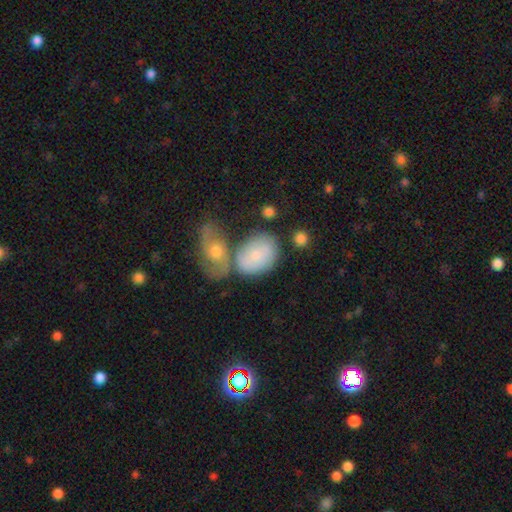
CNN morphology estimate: This appears to be a smooth galaxy with no disk features (63%) that is in between round and cigar-shaped (77%). Merging: none (40%).